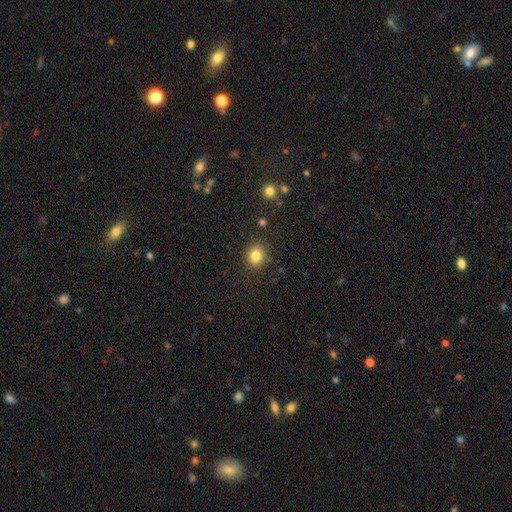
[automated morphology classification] Q: Smooth or featured?
A: smooth (83%); runner-up: star or artifact (11%)
Q: How rounded?
A: round (81%); runner-up: in between (18%)
Q: Merging?
A: none (86%); runner-up: minor disturbance (9%)